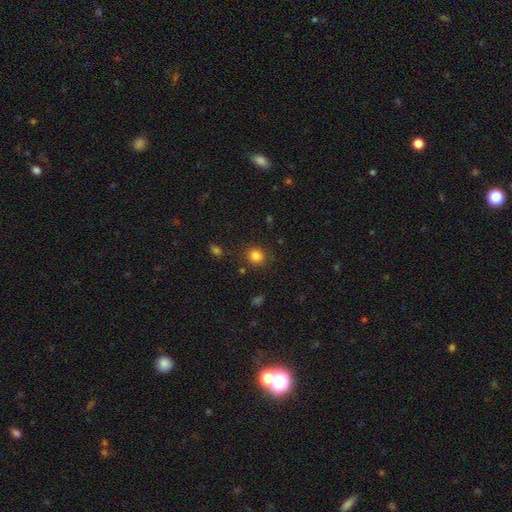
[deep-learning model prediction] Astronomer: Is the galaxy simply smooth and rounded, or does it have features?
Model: smooth — 83%.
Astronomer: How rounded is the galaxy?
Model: round — 81%.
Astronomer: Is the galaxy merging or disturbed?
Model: none — 84%.